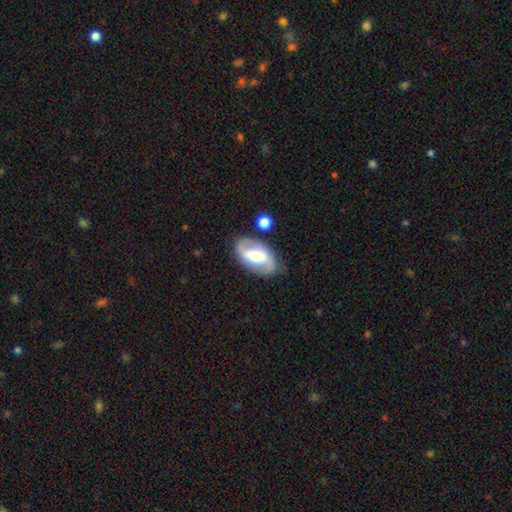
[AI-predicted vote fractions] Overall: featured or disk (68%). Edge-on disk: no (94%). Bar: strong (41%; weak 38%). Spiral arms: yes (81%). Spiral arm count: 2 (87%). Spiral winding: loose (42%; medium 40%). Bulge size: moderate (61%; small 23%). Merging: none (78%).